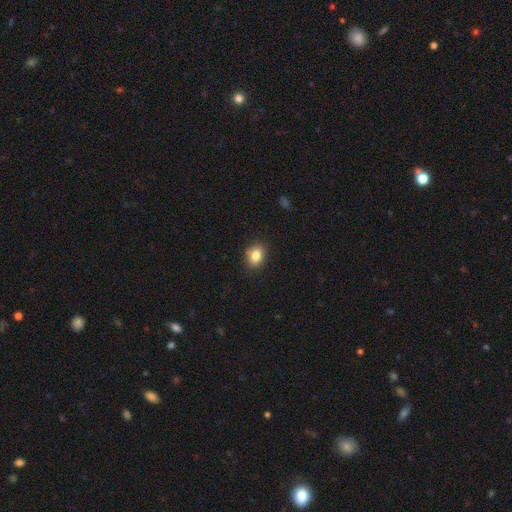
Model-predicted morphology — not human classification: smooth-or-featured: smooth: 84% | star or artifact: 9% | featured or disk: 7%
  how-rounded: in between: 54% | round: 45% | cigar-shaped: 1%
  merging: none: 87% | minor disturbance: 9% | major disturbance: 2% | merger: 1%